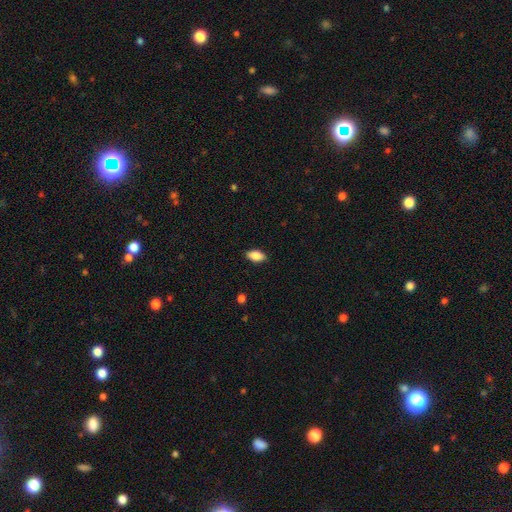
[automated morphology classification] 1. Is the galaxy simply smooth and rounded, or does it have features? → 87% smooth, 7% star or artifact, 6% featured or disk.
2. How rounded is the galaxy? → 92% in between, 4% round, 4% cigar-shaped.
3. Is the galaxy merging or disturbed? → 88% none, 9% minor disturbance, 2% major disturbance, 1% merger.